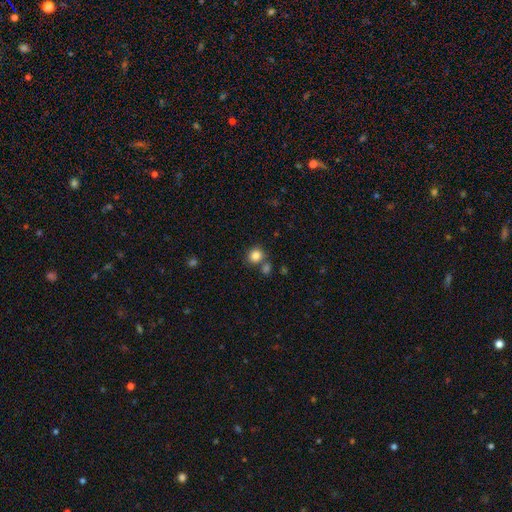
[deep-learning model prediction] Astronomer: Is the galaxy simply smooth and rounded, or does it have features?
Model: smooth — 84%.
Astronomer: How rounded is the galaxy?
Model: round — 82%.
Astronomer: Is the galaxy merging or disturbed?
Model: none — 68%.